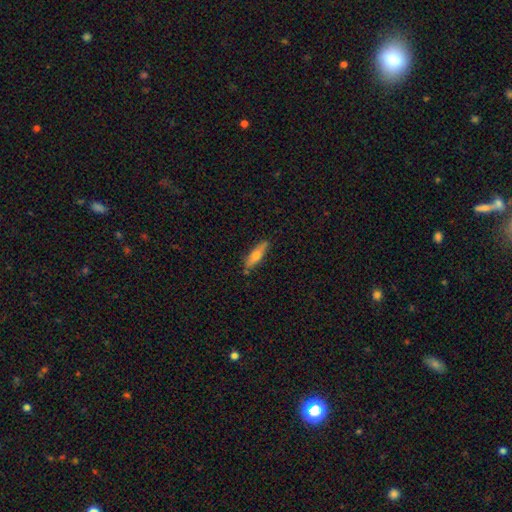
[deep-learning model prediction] Smooth or featured? Predicted: smooth (p=0.63). How rounded? Predicted: cigar-shaped (p=0.71). Merging? Predicted: none (p=0.81).